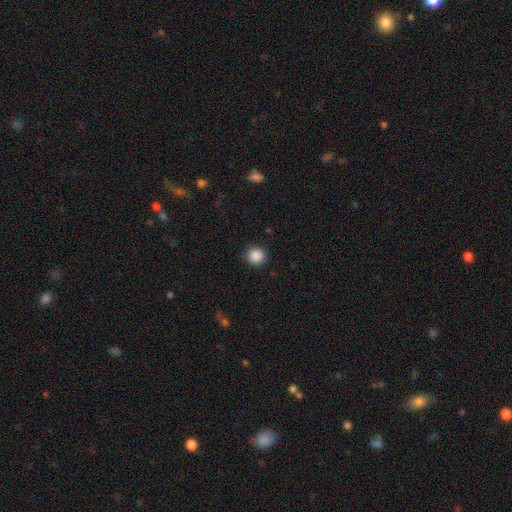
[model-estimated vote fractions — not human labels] This is clearly a smooth galaxy (88%). How rounded: clearly round (91%). Merging: clearly none (91%).